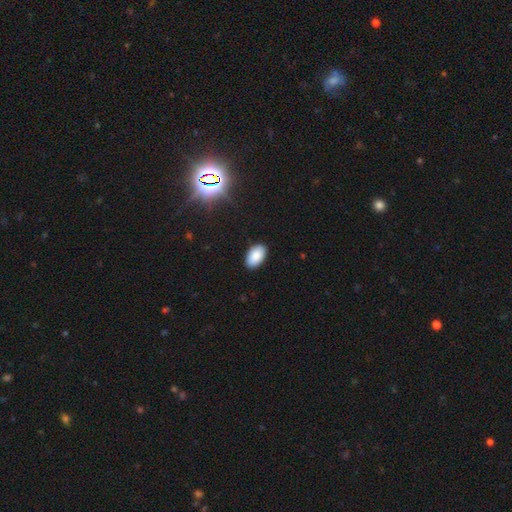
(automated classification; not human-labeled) The model was most divided on "smooth or featured": smooth: 89%, star or artifact: 8%, featured or disk: 4%. More confident: how rounded — in between (95%); merging — none (89%).